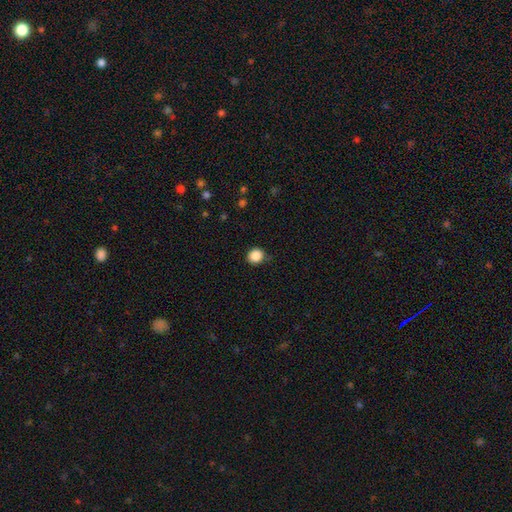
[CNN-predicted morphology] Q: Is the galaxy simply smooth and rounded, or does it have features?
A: smooth — 87%.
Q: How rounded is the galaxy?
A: round — 85%.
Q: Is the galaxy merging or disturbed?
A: none — 85%.